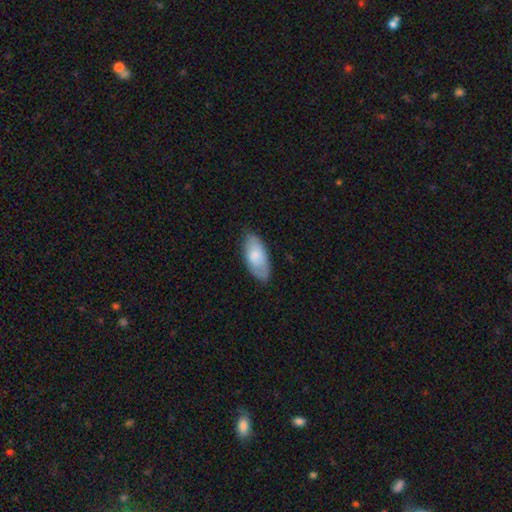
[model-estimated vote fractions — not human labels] Q: Smooth or featured?
A: smooth (73%); runner-up: featured or disk (21%)
Q: How rounded?
A: in between (92%); runner-up: cigar-shaped (6%)
Q: Merging?
A: none (73%); runner-up: minor disturbance (21%)